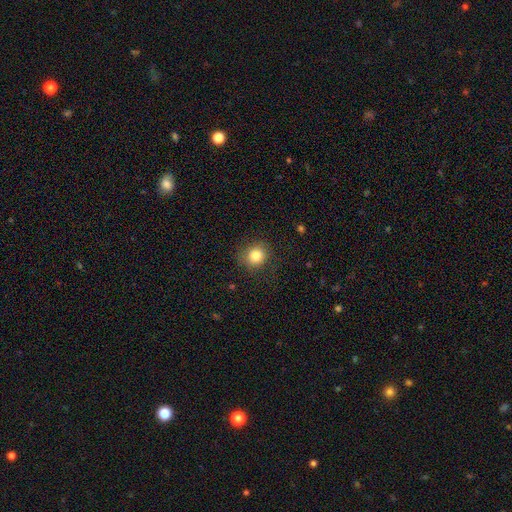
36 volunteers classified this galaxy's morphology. smooth_or_featured: smooth (p=0.97) [alt: featured or disk p=0.03]
how_rounded: round (p=0.83) [alt: in between p=0.17]
merging: none (p=0.75) [alt: minor disturbance p=0.19]